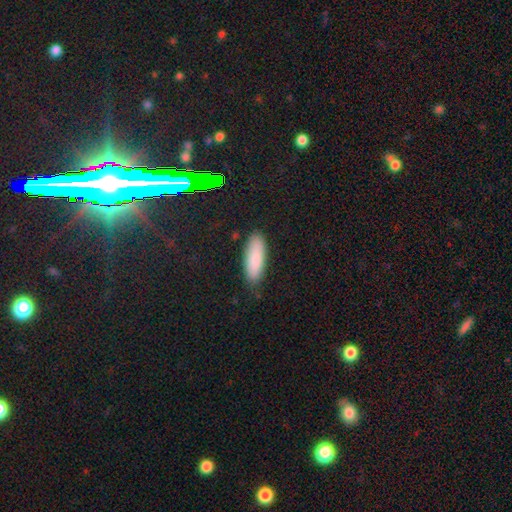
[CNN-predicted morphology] smooth-or-featured: smooth: 86% | featured or disk: 8% | star or artifact: 6%
  how-rounded: in between: 61% | cigar-shaped: 37% | round: 2%
  merging: none: 84% | minor disturbance: 12% | major disturbance: 2% | merger: 1%